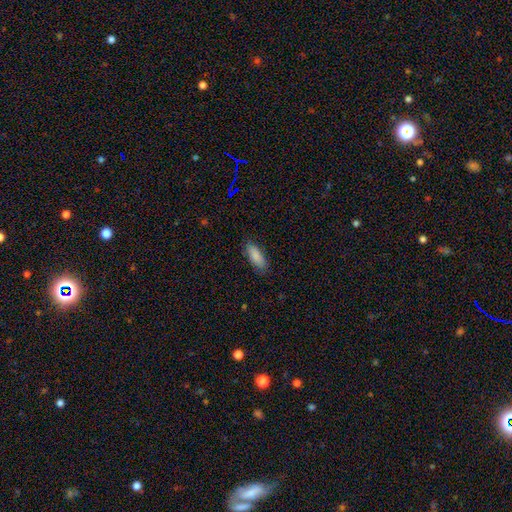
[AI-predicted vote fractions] Smooth or featured? smooth (87%)
How rounded? in between (74%)
Merging? none (82%)